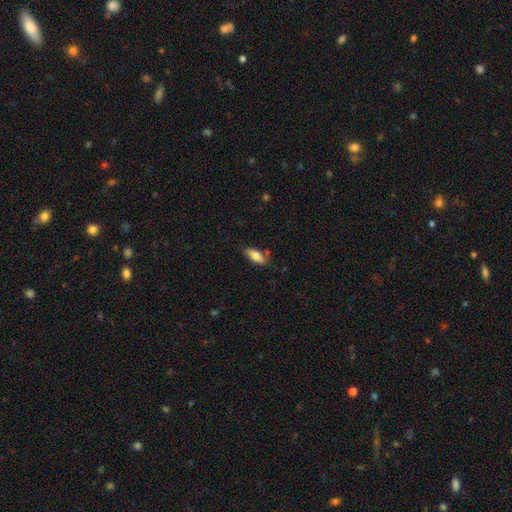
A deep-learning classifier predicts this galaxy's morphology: Smooth or featured? Predicted: smooth (p=0.79). How rounded? Predicted: in between (p=0.82). Merging? Predicted: none (p=0.70).